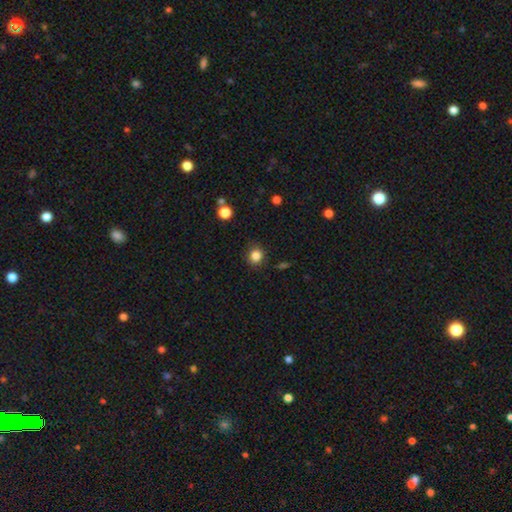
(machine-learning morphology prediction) This appears to be a smooth galaxy with no disk features (84%) that is round (79%). Merging: none (86%).